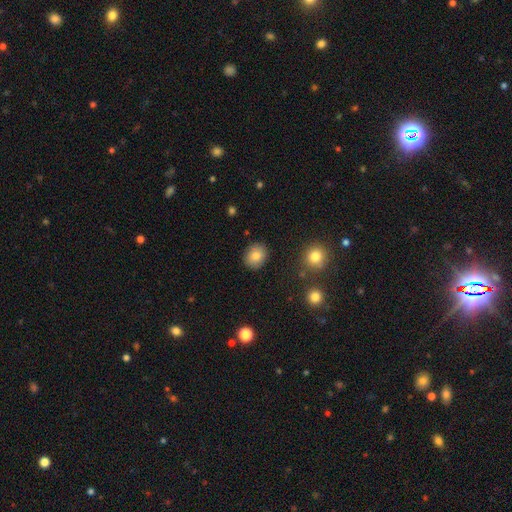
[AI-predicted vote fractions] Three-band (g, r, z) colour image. It shows a smooth galaxy with no disk features (82%) that is round (67%). Merging: none (88%).